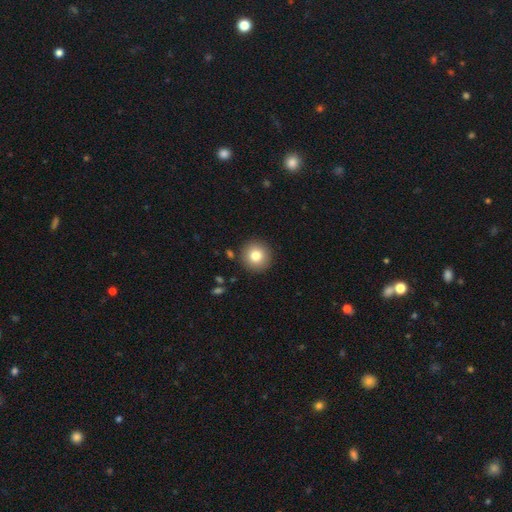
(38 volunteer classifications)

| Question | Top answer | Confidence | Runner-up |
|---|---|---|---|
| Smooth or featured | smooth | 79% | featured or disk (13%) |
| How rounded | round | 93% | in between (7%) |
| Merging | none | 83% | merger (9%) |